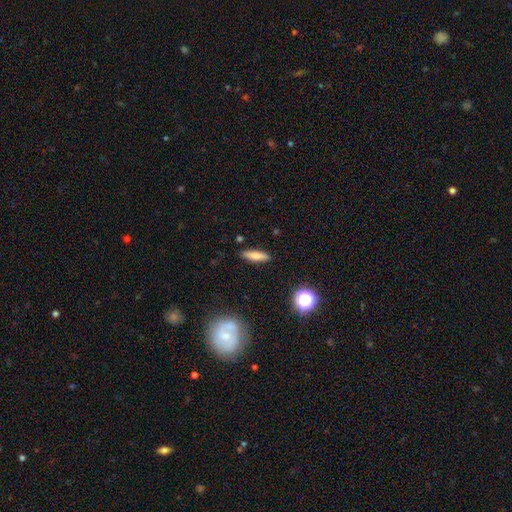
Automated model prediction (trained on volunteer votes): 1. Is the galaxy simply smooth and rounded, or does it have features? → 74% smooth, 17% featured or disk, 9% star or artifact.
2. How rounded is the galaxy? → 61% cigar-shaped, 36% in between, 3% round.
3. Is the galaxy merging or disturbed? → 88% none, 8% minor disturbance, 2% major disturbance, 2% merger.